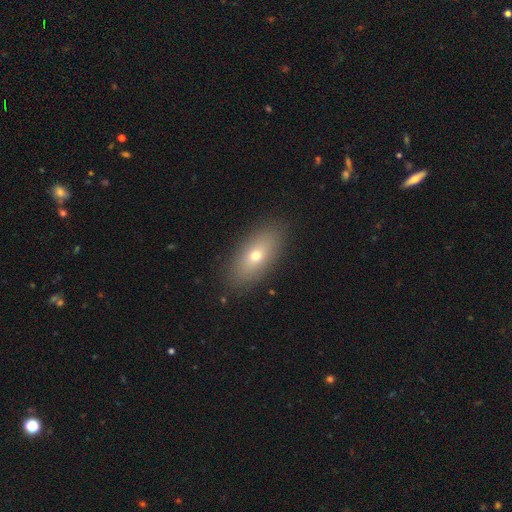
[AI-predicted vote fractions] smooth-or-featured: smooth: 67% | featured or disk: 24% | star or artifact: 9%
  how-rounded: in between: 82% | cigar-shaped: 13% | round: 6%
  merging: none: 87% | minor disturbance: 9% | major disturbance: 3% | merger: 1%